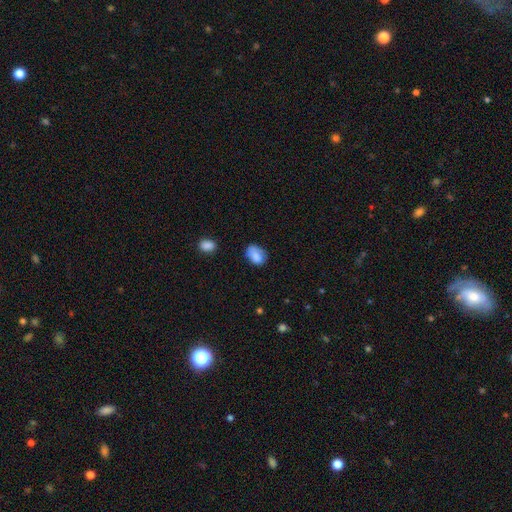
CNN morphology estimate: Smooth or featured: smooth — 78% (featured or disk — 13%)
How rounded: in between — 76% (round — 22%)
Merging: none — 49% (minor disturbance — 33%)